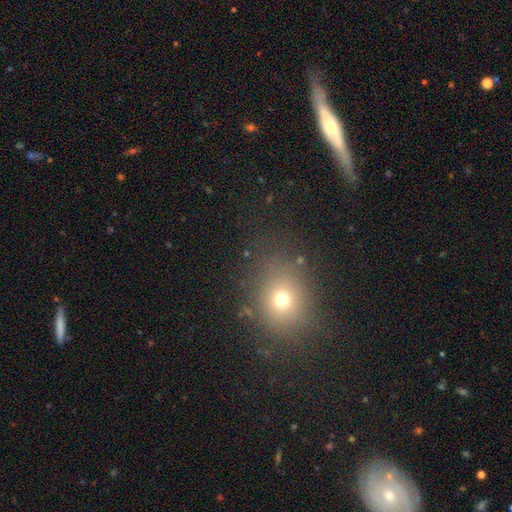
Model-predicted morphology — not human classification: Smooth or featured? smooth (49%)
Merging? none (84%)